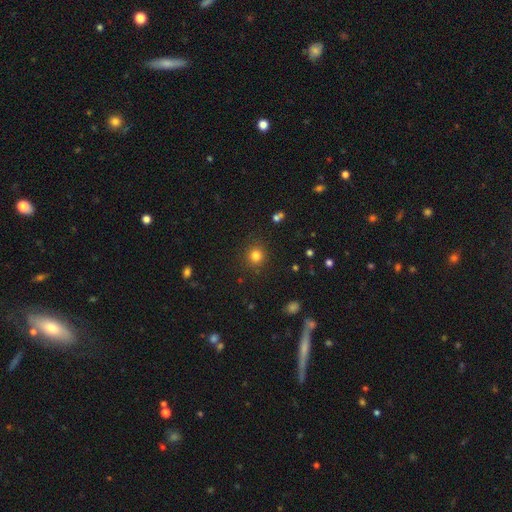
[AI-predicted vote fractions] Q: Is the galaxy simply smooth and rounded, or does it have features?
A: smooth — 81%.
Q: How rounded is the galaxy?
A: round — 91%.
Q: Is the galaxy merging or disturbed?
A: none — 89%.